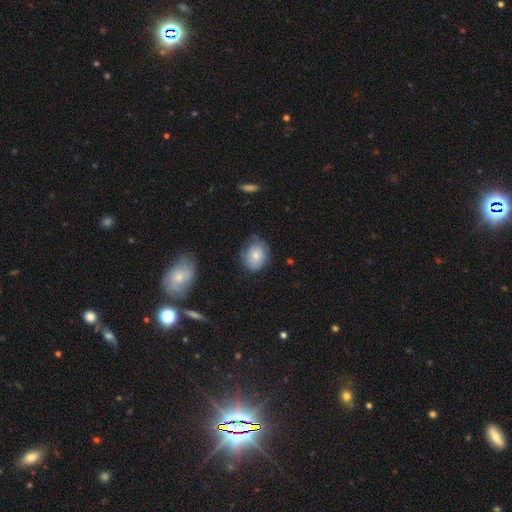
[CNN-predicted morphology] This is likely a smooth galaxy (70%). How rounded: possibly round (60%). Merging: possibly none (59%).